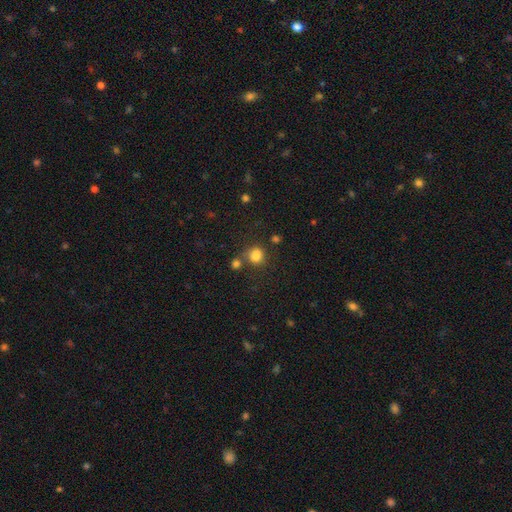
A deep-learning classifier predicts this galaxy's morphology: This appears to be a smooth galaxy with no disk features (80%) that is round (71%). Merging: none (54%).